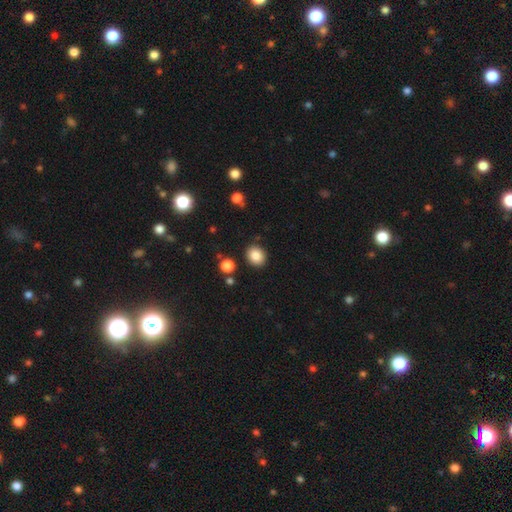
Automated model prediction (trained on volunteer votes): Smooth or featured?
  - smooth: 86% *
  - star or artifact: 9%
  - featured or disk: 5%
How rounded?
  - round: 62% *
  - in between: 37%
  - cigar-shaped: 1%
Merging?
  - none: 87% *
  - minor disturbance: 8%
  - merger: 3%
  - major disturbance: 2%